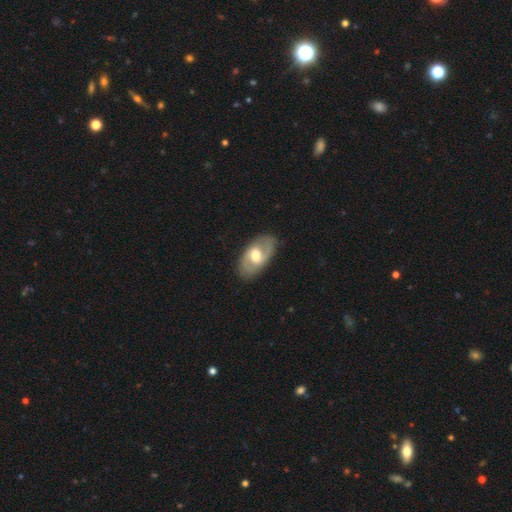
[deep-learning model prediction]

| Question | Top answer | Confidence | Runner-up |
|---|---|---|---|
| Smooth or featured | featured or disk | 63% | smooth (32%) |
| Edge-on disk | no | 91% | yes (9%) |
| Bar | no | 45% | weak (42%) |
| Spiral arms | yes | 66% | no (34%) |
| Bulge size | moderate | 68% | large (18%) |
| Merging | none | 82% | minor disturbance (13%) |